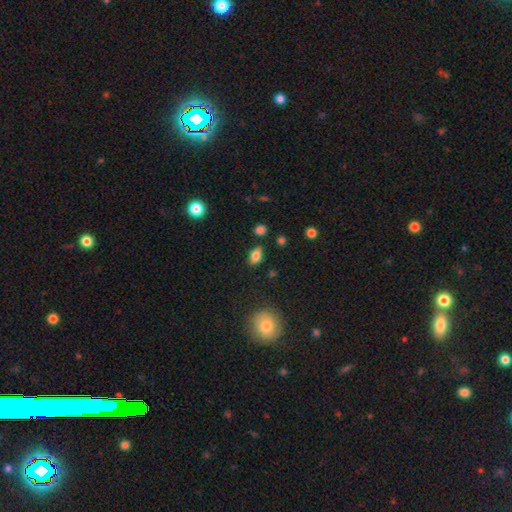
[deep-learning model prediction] Smooth or featured? smooth (82%)
How rounded? in between (87%)
Merging? none (82%)